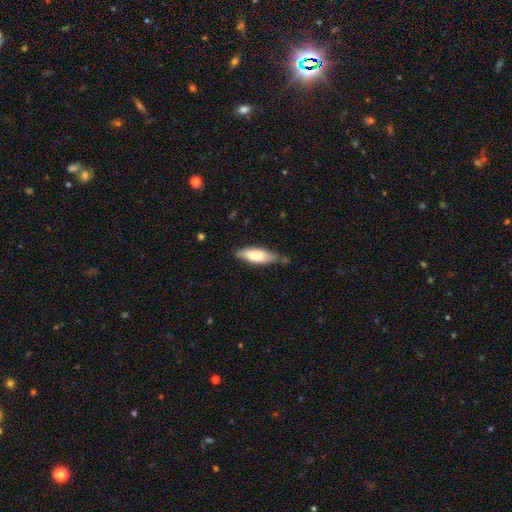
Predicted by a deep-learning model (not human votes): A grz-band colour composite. It shows a smooth galaxy with no disk features (72%) that is in between round and cigar-shaped (51%). Merging: none (61%).